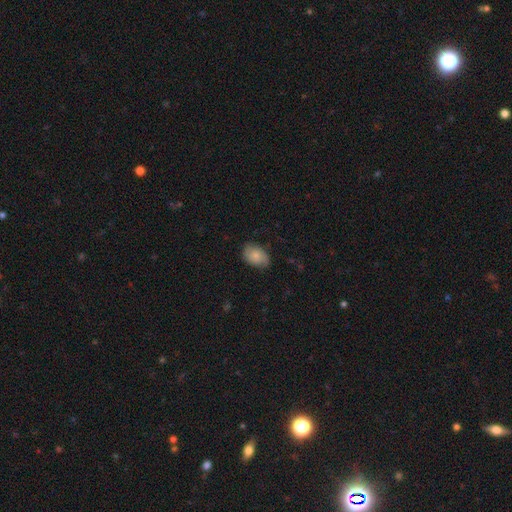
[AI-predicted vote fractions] Overall: smooth (69%). How rounded: in between (85%). Merging: none (75%).